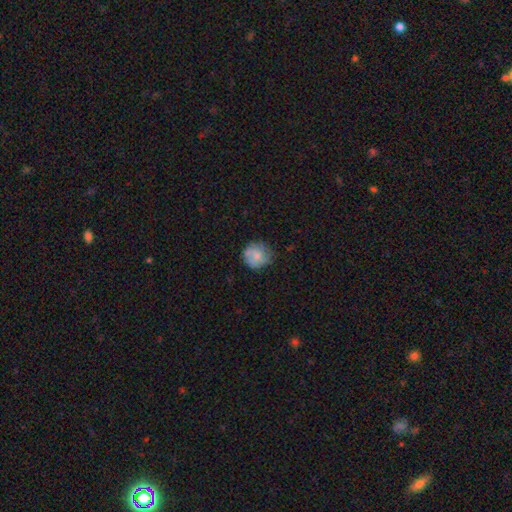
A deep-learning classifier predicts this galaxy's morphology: Q: Smooth or featured?
A: smooth (59%); runner-up: featured or disk (33%)
Q: How rounded?
A: round (86%); runner-up: in between (13%)
Q: Merging?
A: none (71%); runner-up: minor disturbance (21%)